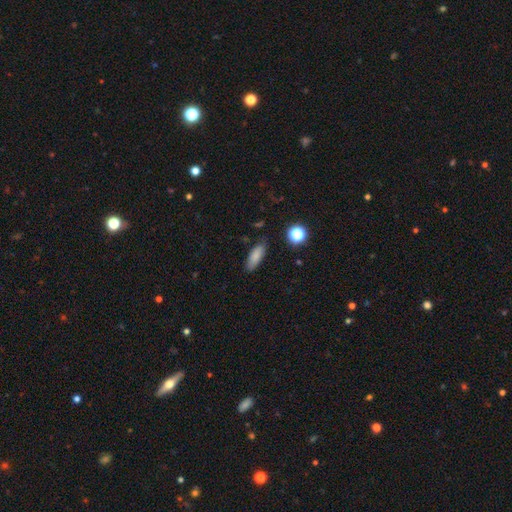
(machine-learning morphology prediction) smooth-or-featured: smooth: 83% | star or artifact: 9% | featured or disk: 8%
  how-rounded: in between: 71% | cigar-shaped: 25% | round: 4%
  merging: none: 81% | minor disturbance: 14% | major disturbance: 3% | merger: 2%